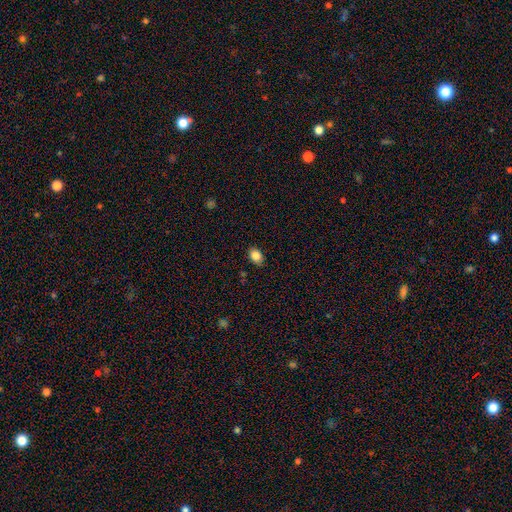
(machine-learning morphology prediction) A smooth galaxy with no disk features (85%) that is in between round and cigar-shaped (73%). Merging: none (87%).